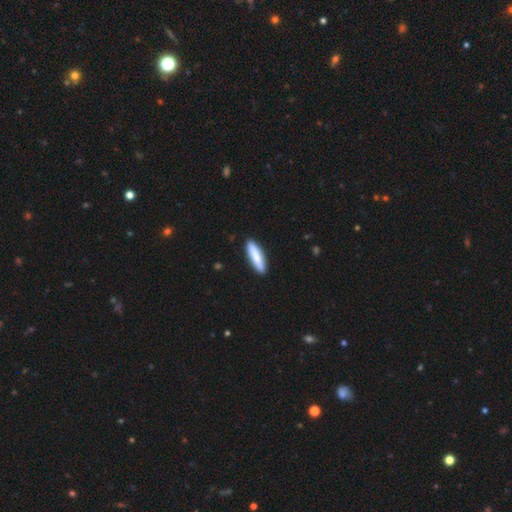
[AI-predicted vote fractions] Morphology: type=smooth (81%); roundness=cigar-shaped (79%); merging=none (91%).